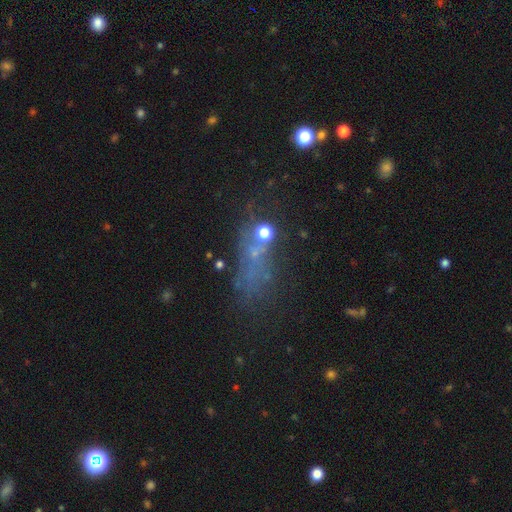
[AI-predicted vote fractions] This appears to be a star or artifact, not a galaxy (42%).